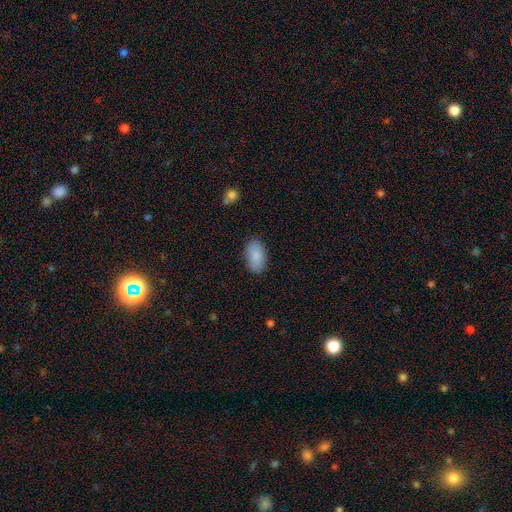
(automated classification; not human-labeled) The model was most divided on "merging": none: 84%, minor disturbance: 12%, major disturbance: 3%, merger: 1%. More confident: how rounded — in between (94%); smooth or featured — smooth (87%).